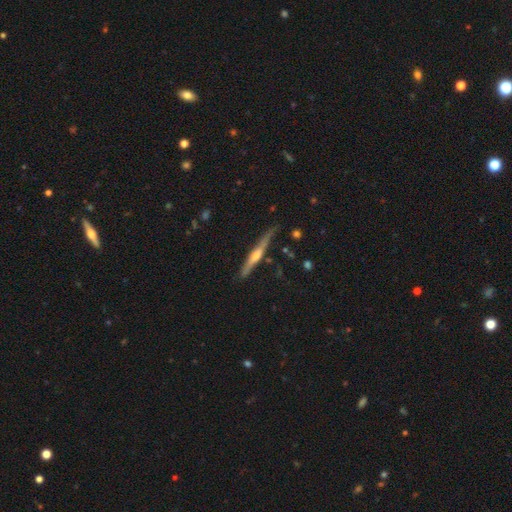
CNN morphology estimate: A featured or disk galaxy (66%) viewed edge-on (96%) with a rounded central bulge (78%). Merging: none (72%).